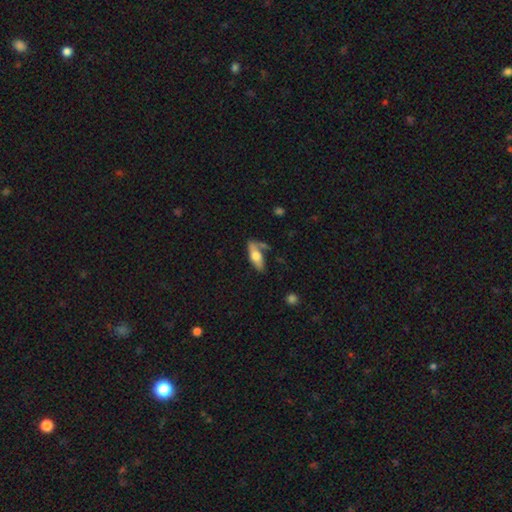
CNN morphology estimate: This is likely a smooth galaxy (60%). How rounded: likely in between (68%). Merging: possibly none (55%).